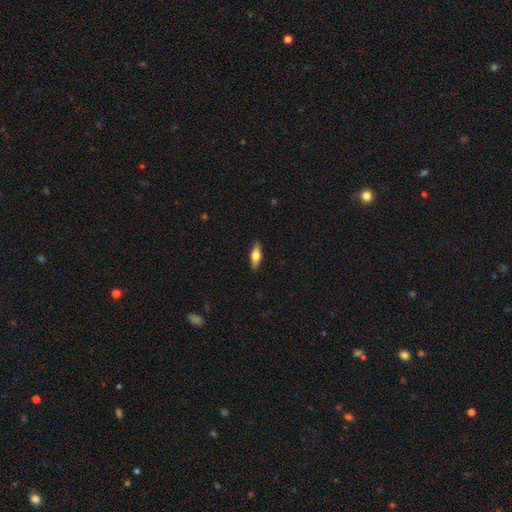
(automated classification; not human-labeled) smooth-or-featured: smooth: 62% | featured or disk: 32% | star or artifact: 6%
  how-rounded: in between: 64% | cigar-shaped: 33% | round: 3%
  merging: none: 88% | minor disturbance: 9% | major disturbance: 2% | merger: 1%